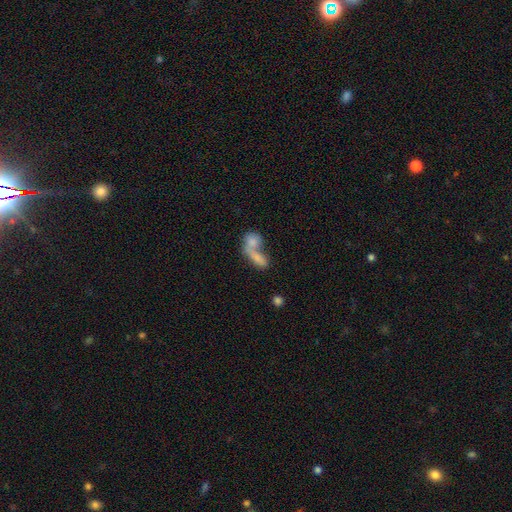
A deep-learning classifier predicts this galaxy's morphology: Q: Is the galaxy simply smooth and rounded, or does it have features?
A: smooth — 73%.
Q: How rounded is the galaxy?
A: in between — 66%.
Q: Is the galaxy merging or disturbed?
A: merger — 67%.